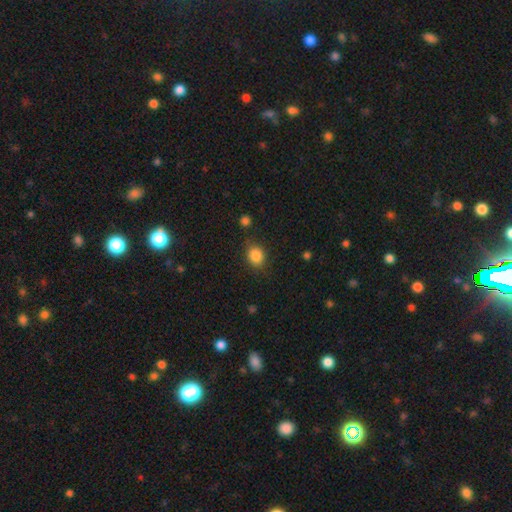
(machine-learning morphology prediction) type=smooth (85%); roundness=round (61%); merging=none (81%).